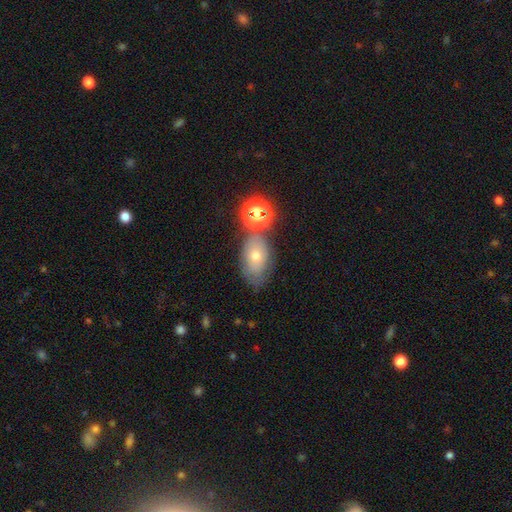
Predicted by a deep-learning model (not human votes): smooth 48%, featured or disk 33%, star or artifact 19%. Down the decision tree: merging — none (59%).